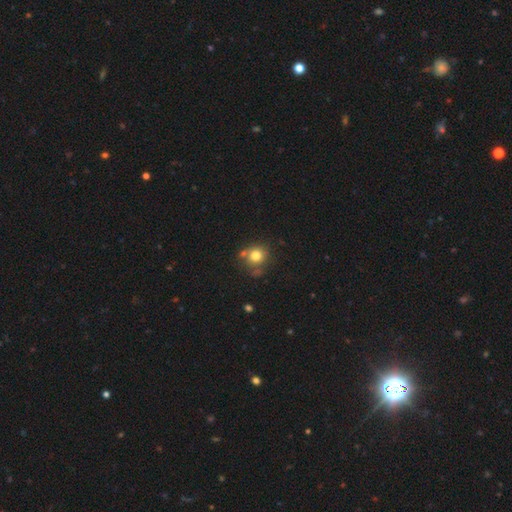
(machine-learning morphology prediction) Smooth or featured? smooth (78%)
How rounded? round (85%)
Merging? none (64%)